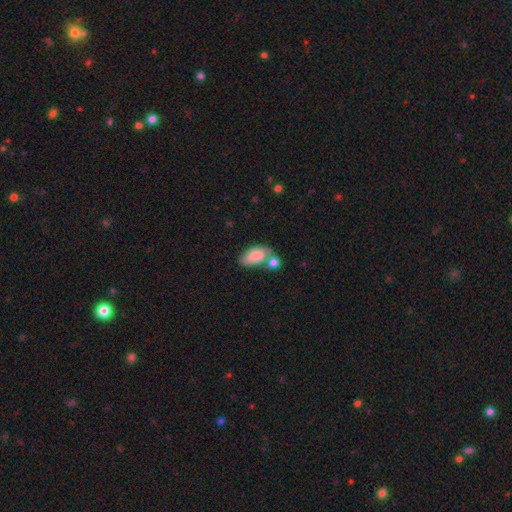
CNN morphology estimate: A smooth galaxy with no disk features (82%) that is in between round and cigar-shaped (93%). Merging: none (42%).